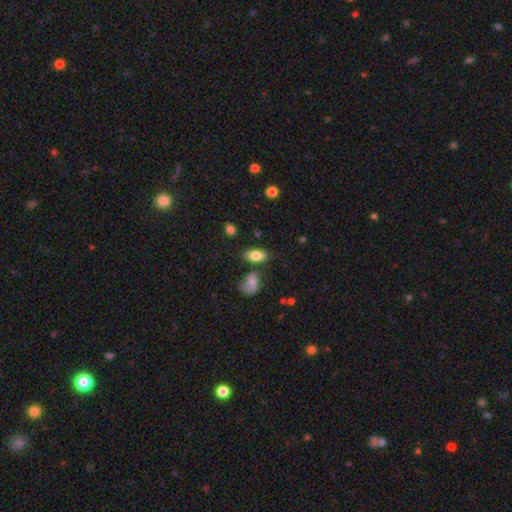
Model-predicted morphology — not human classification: Smooth or featured: smooth — 80% (featured or disk — 12%)
How rounded: in between — 91% (round — 5%)
Merging: none — 72% (minor disturbance — 15%)